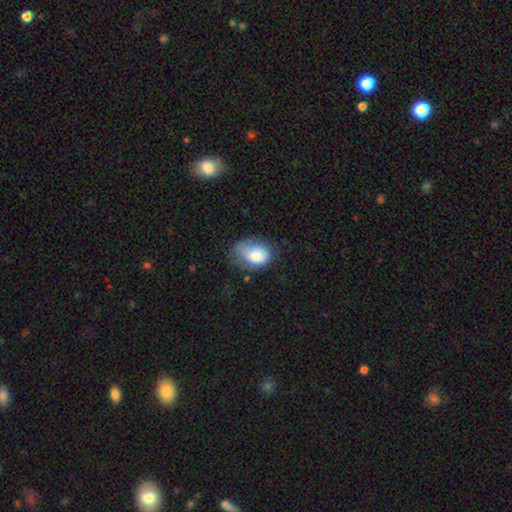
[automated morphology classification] The model was most divided on "merging": minor disturbance: 39%, none: 36%, major disturbance: 22%, merger: 3%. More confident: smooth or featured — smooth (77%); how rounded — in between (76%).